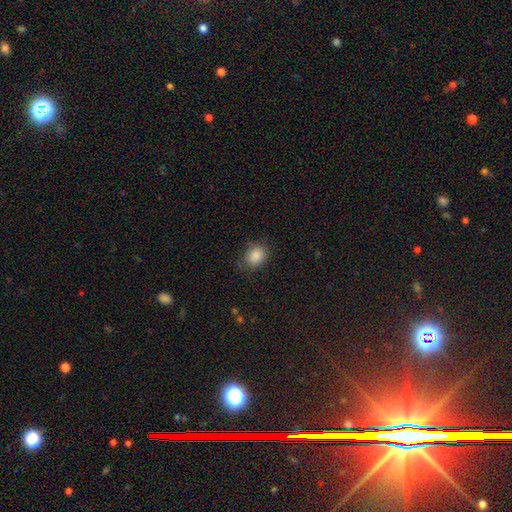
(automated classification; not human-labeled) Q: Smooth or featured?
A: smooth (87%); runner-up: star or artifact (9%)
Q: How rounded?
A: in between (52%); runner-up: round (47%)
Q: Merging?
A: none (79%); runner-up: minor disturbance (15%)